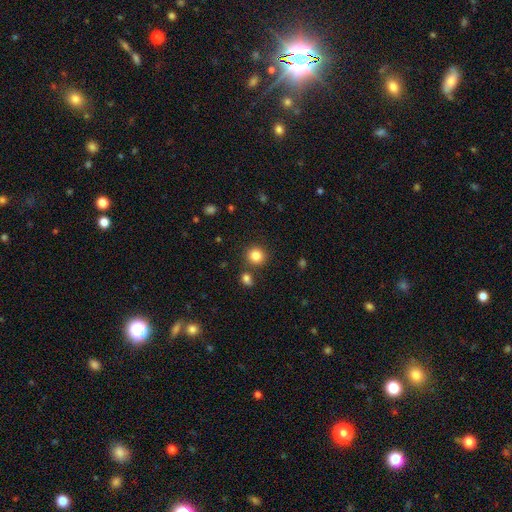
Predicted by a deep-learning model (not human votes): This is clearly a smooth galaxy (84%). How rounded: clearly round (88%). Merging: clearly none (82%).